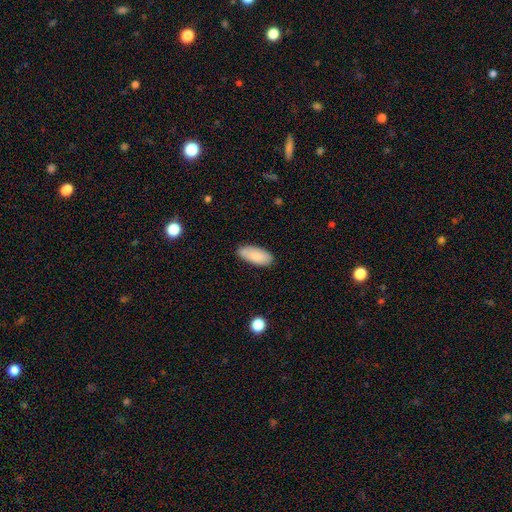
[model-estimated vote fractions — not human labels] Overall: smooth (86%). How rounded: in between (86%). Merging: none (81%).